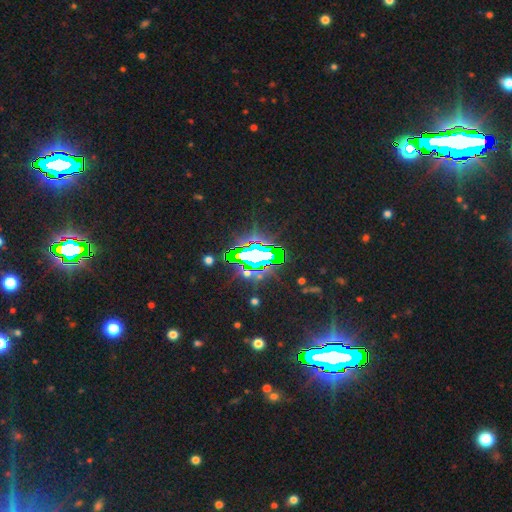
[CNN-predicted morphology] star or artifact 74%, smooth 13%, featured or disk 13%.